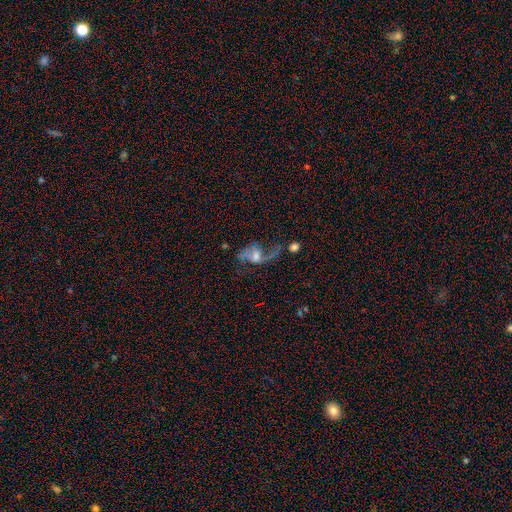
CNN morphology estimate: smooth_or_featured: featured or disk (p=0.71) [alt: smooth p=0.18]
disk_edge_on: no (p=0.96) [alt: yes p=0.04]
bar: no (p=0.45) [alt: weak p=0.41]
has_spiral_arms: yes (p=0.84) [alt: no p=0.16]
spiral_winding: loose (p=0.79) [alt: medium p=0.17]
spiral_arm_count: 2 (p=0.74) [alt: 1 p=0.19]
bulge_size: moderate (p=0.49) [alt: small p=0.31]
merging: major disturbance (p=0.37) [alt: none p=0.36]